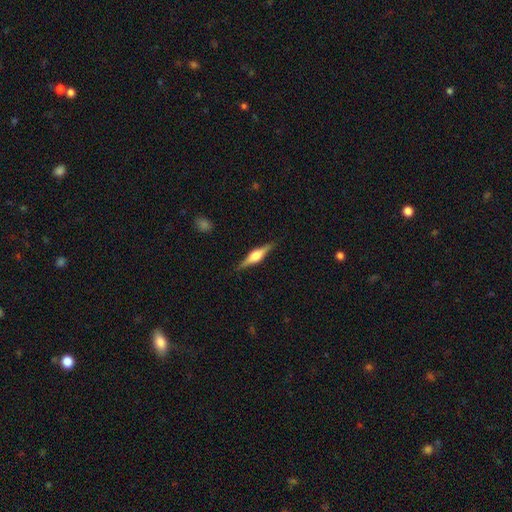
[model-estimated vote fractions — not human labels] This appears to be a featured or disk galaxy (72%) viewed edge-on (98%) with a rounded central bulge (90%). Merging: none (89%).